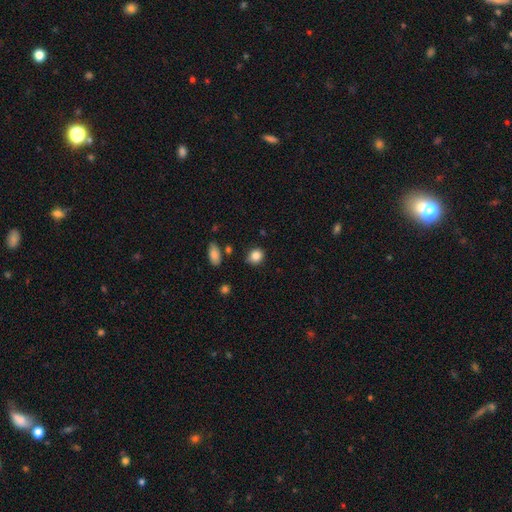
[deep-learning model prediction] The model was most divided on "how rounded": round: 70%, in between: 29%, cigar-shaped: 1%. More confident: smooth or featured — smooth (84%); merging — none (80%).